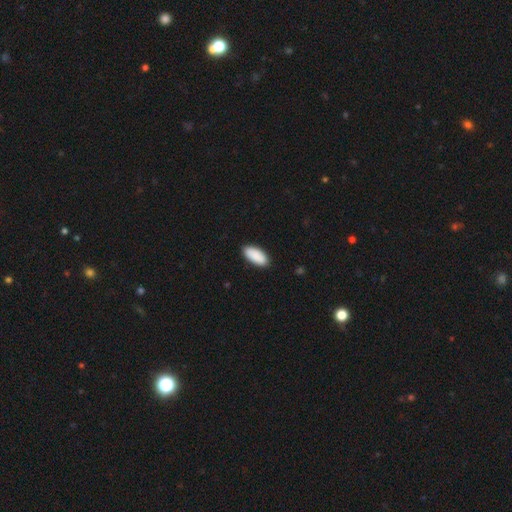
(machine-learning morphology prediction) smooth_or_featured: smooth (p=0.91) [alt: star or artifact p=0.06]
how_rounded: in between (p=0.90) [alt: cigar-shaped p=0.08]
merging: none (p=0.88) [alt: minor disturbance p=0.09]